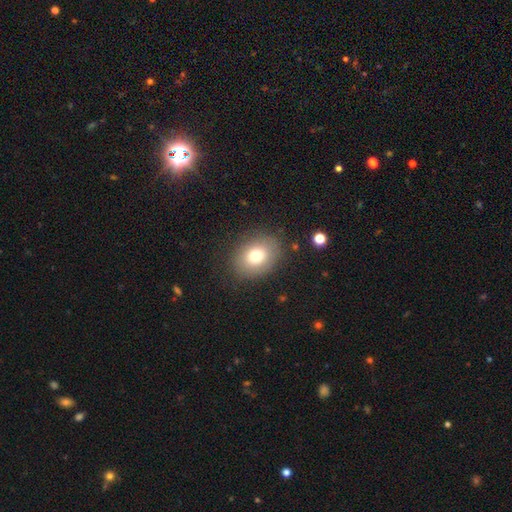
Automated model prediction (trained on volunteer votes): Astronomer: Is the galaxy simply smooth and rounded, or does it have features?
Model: smooth — 75%.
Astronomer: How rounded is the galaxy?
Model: in between — 52% (runner-up: round, 47%).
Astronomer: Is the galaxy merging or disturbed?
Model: none — 84%.